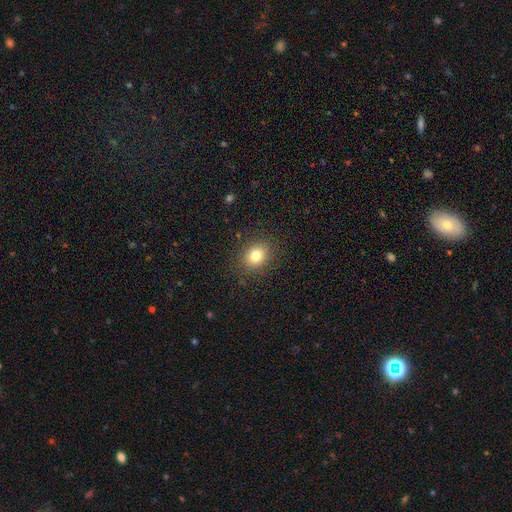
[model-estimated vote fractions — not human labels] Q: Smooth or featured?
A: smooth (80%); runner-up: star or artifact (12%)
Q: How rounded?
A: round (59%); runner-up: in between (40%)
Q: Merging?
A: none (87%); runner-up: minor disturbance (9%)